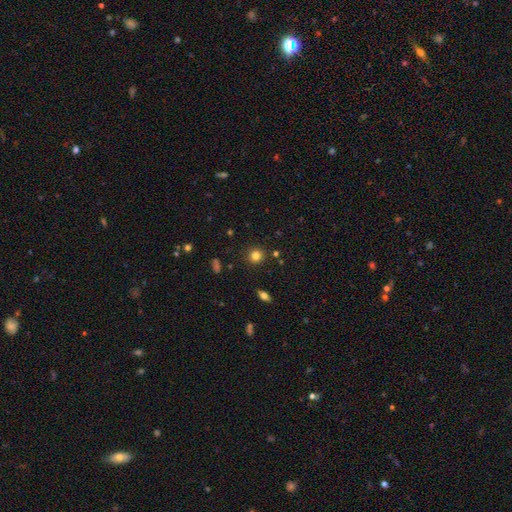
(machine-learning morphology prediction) Overall: smooth (80%). How rounded: round (92%). Merging: none (89%).